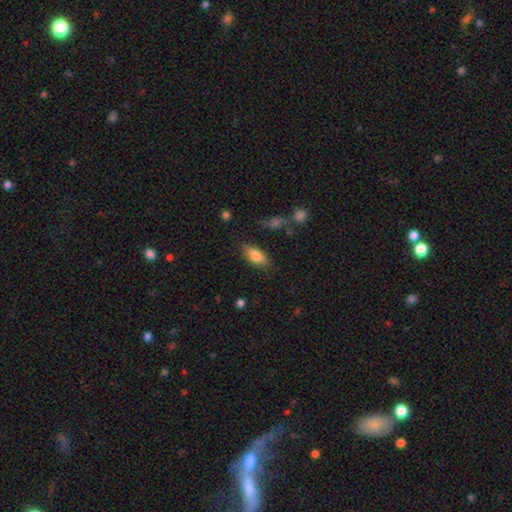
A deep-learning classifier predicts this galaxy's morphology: A smooth galaxy with no disk features (80%) that is in between round and cigar-shaped (85%). Merging: none (80%).